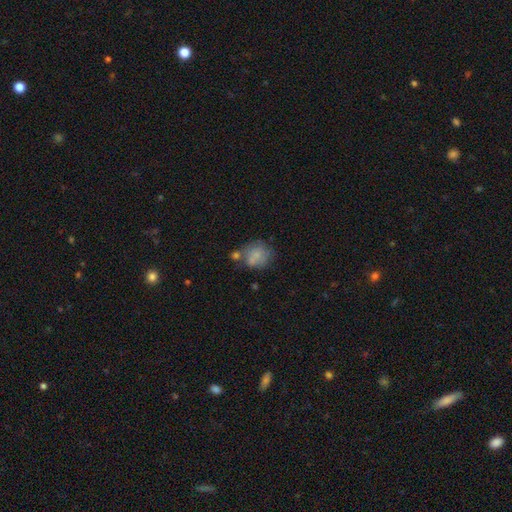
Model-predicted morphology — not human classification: This is likely a smooth galaxy (70%). How rounded: likely round (70%). Merging: marginally none (44%).